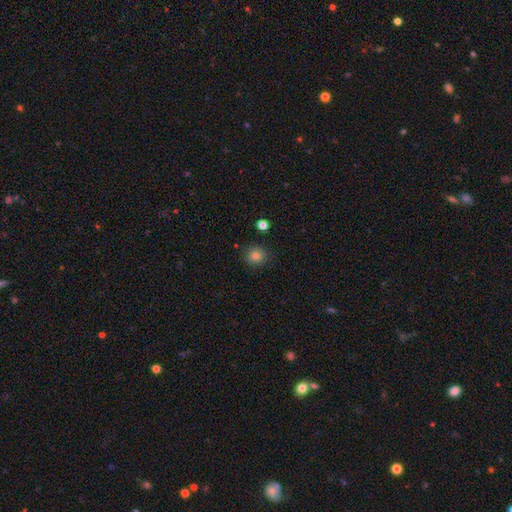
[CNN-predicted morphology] This is clearly a smooth galaxy (83%). How rounded: clearly round (81%). Merging: clearly none (85%).